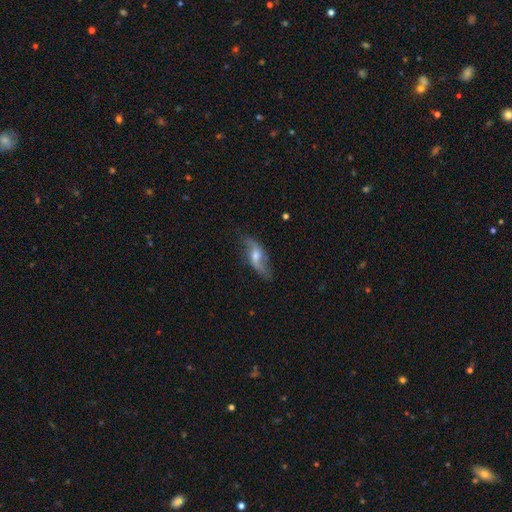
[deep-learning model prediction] Smooth or featured? featured or disk (74%)
Edge-on disk? no (86%)
Bar? no (47%)
Spiral arms? yes (91%)
Spiral winding? loose (82%)
Spiral arm count? 2 (90%)
Bulge size? moderate (58%)
Merging? none (72%)